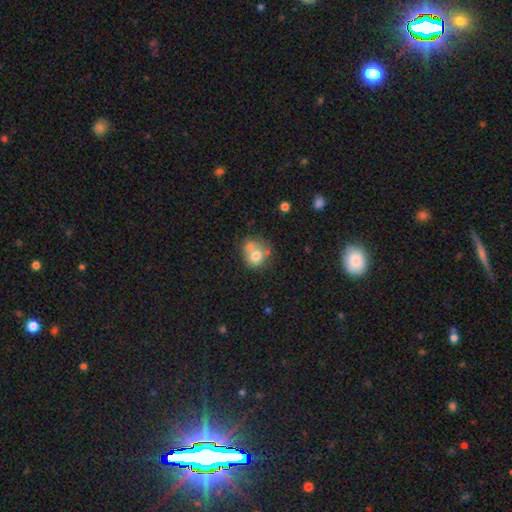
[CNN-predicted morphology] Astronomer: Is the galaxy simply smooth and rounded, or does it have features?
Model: smooth — 69%.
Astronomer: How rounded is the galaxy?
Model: round — 71%.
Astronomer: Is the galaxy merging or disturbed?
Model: merger — 47% (runner-up: none, 33%).